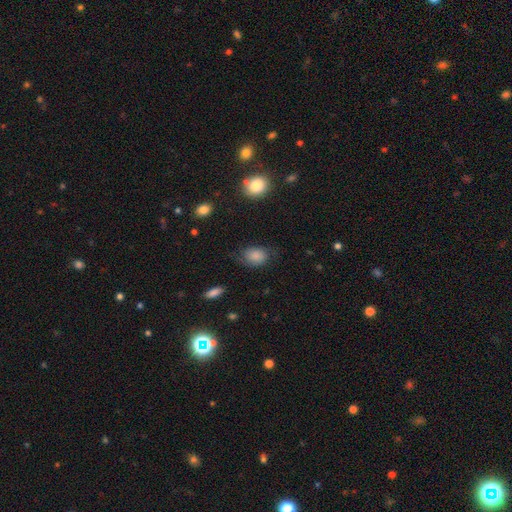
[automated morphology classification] Smooth or featured: smooth — 79% (featured or disk — 11%)
How rounded: in between — 67% (round — 32%)
Merging: none — 63% (minor disturbance — 26%)